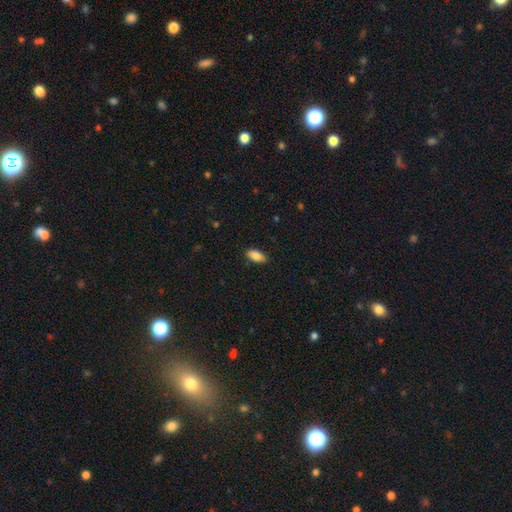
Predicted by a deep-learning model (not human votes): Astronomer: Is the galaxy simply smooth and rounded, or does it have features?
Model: smooth — 87%.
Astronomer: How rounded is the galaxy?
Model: in between — 92%.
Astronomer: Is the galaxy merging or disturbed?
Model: none — 87%.